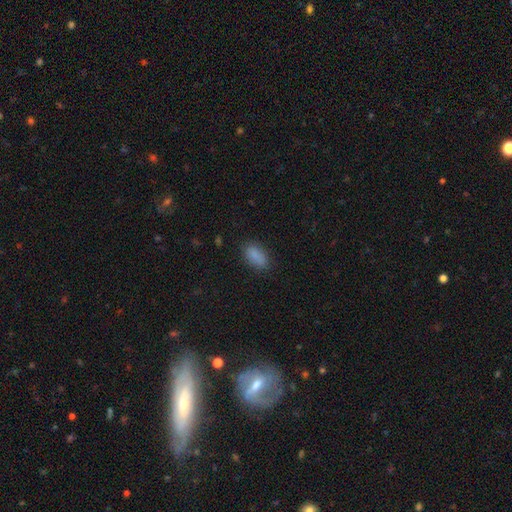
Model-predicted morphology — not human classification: type=smooth (87%); roundness=in between (90%); merging=none (81%).